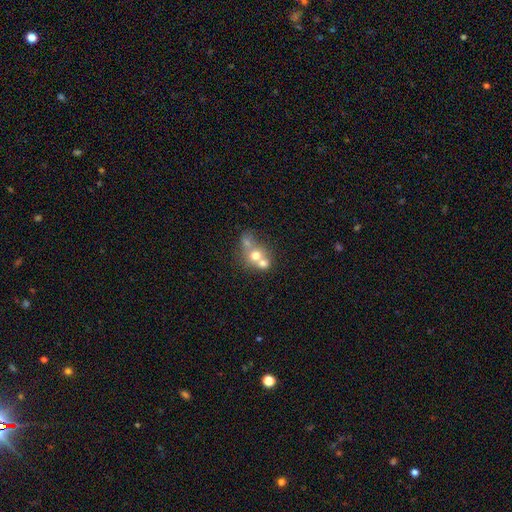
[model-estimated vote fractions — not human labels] This appears to be a smooth galaxy with no disk features (60%) that is round (71%). Merging: merger (65%).